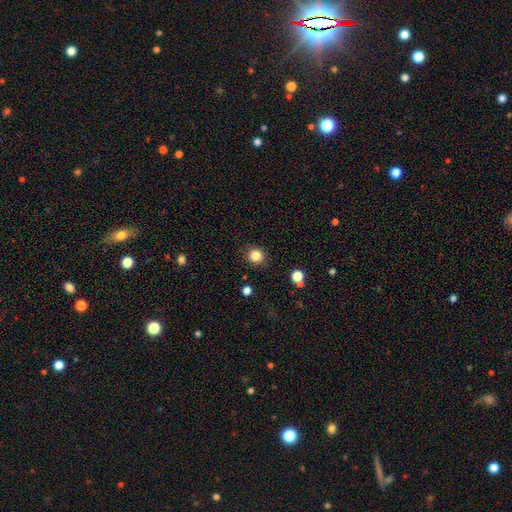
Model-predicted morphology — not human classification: This is clearly a smooth galaxy (84%). How rounded: clearly round (87%). Merging: clearly none (88%).